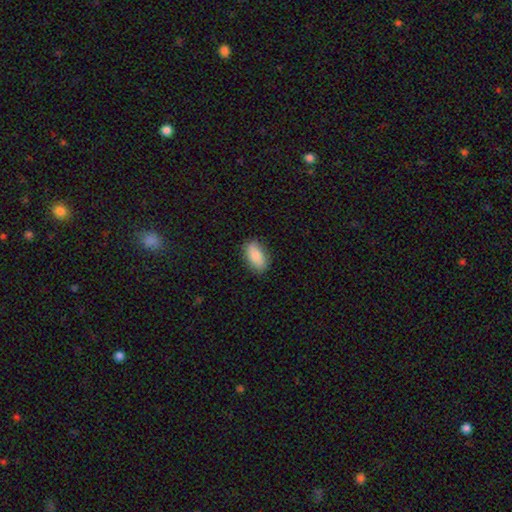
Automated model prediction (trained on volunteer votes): A smooth galaxy with no disk features (83%) that is in between round and cigar-shaped (91%).

Vote fractions:
- Smooth or featured? smooth: 83% / featured or disk: 10% / star or artifact: 7%
- How rounded? in between: 91% / cigar-shaped: 5% / round: 4%
- Merging? none: 85% / minor disturbance: 11% / major disturbance: 2% / merger: 1%